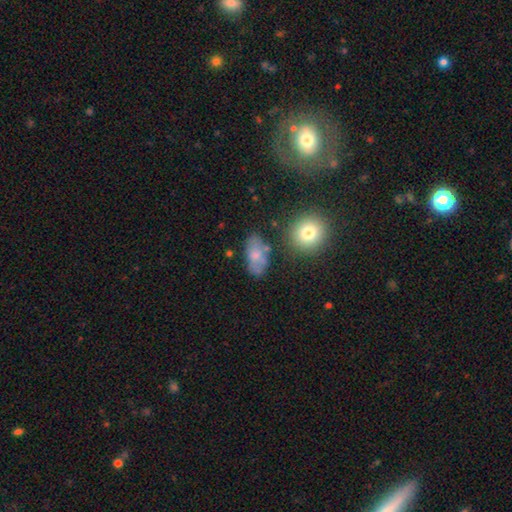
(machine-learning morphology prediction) Overall: smooth (68%). How rounded: in between (89%). Merging: none (63%).